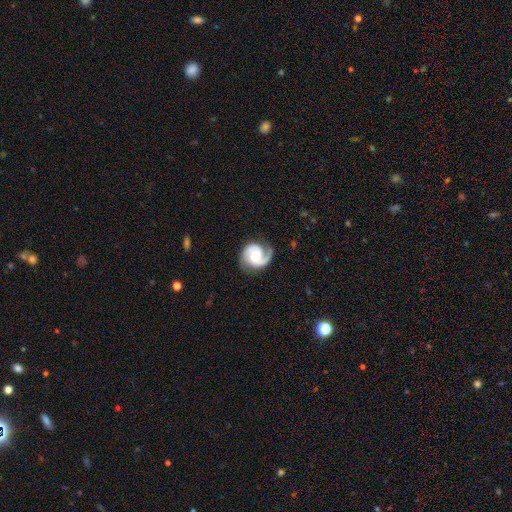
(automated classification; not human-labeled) Smooth or featured?
  - featured or disk: 89% *
  - smooth: 7%
  - star or artifact: 4%
Edge-on disk?
  - no: 98% *
  - yes: 2%
Bar?
  - no: 57% *
  - weak: 34%
  - strong: 9%
Spiral arms?
  - yes: 98% *
  - no: 2%
Spiral winding?
  - medium: 50% *
  - tight: 34%
  - loose: 16%
Spiral arm count?
  - 2: 75% *
  - 1: 20%
  - can't tell: 2%
  - 3: 1%
  - 4: 1%
  - more than 4: 1%
Bulge size?
  - moderate: 61% *
  - small: 29%
  - large: 7%
  - none: 2%
  - dominant: 1%
Merging?
  - none: 76% *
  - minor disturbance: 16%
  - major disturbance: 7%
  - merger: 1%